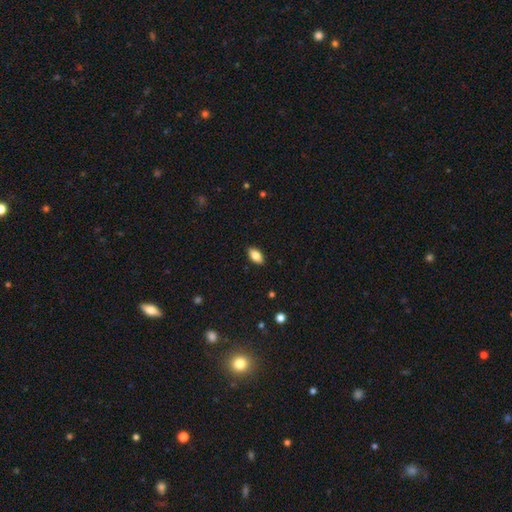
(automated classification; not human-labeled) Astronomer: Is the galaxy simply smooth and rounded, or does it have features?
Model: smooth — 82%.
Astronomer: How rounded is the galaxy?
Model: in between — 92%.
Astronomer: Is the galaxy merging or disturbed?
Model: none — 89%.